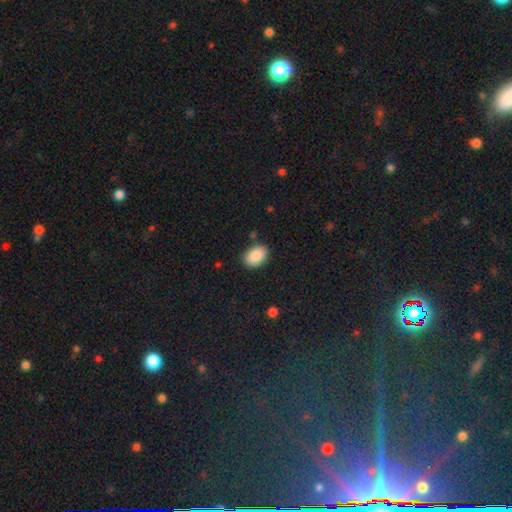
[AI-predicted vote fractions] smooth_or_featured: smooth (p=0.90) [alt: star or artifact p=0.07]
how_rounded: in between (p=0.86) [alt: round p=0.13]
merging: none (p=0.85) [alt: minor disturbance p=0.10]